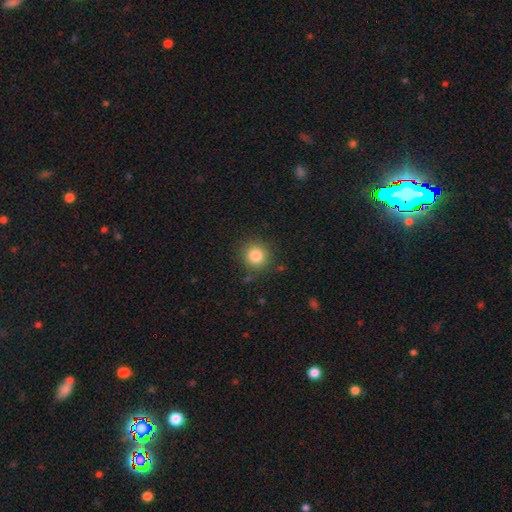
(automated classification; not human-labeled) Overall: smooth (83%). How rounded: round (91%). Merging: none (87%).